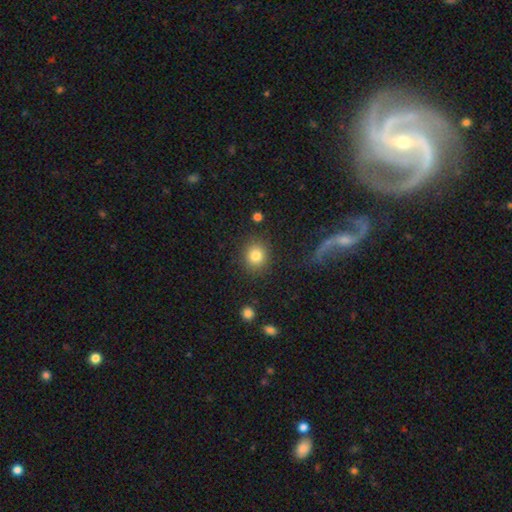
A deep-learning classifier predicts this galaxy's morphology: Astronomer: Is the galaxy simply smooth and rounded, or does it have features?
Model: smooth — 82%.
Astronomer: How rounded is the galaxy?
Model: round — 78%.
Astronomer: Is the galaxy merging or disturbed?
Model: none — 87%.